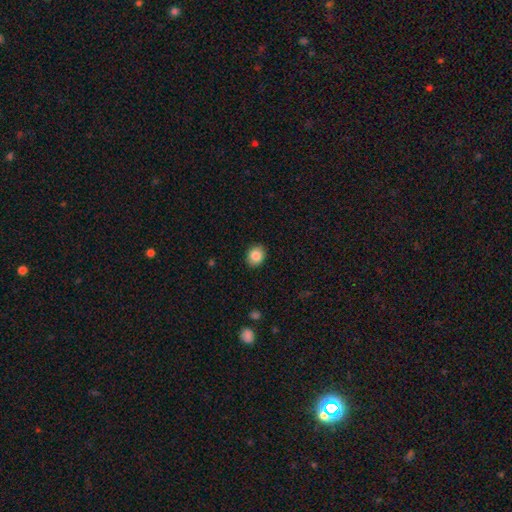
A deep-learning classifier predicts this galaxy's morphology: smooth_or_featured: smooth (p=0.86) [alt: star or artifact p=0.09]
how_rounded: round (p=0.60) [alt: in between p=0.39]
merging: none (p=0.90) [alt: minor disturbance p=0.07]